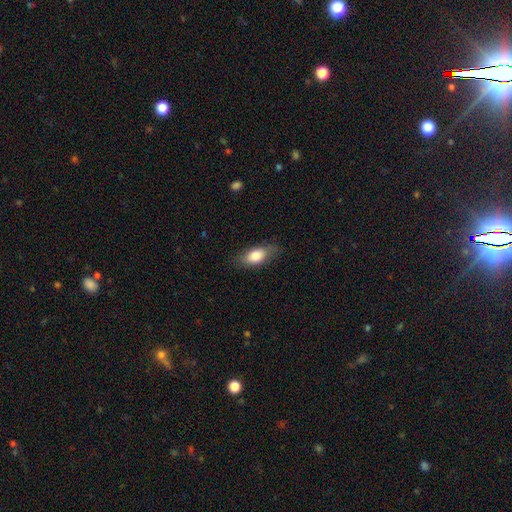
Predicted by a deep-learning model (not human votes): A smooth galaxy with no disk features (78%) that is in between round and cigar-shaped (82%). Merging: none (79%).